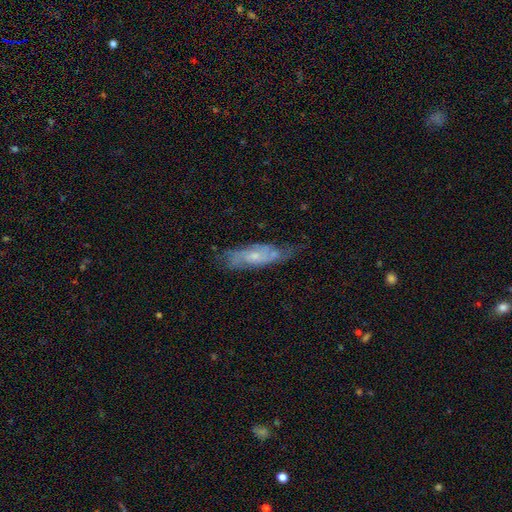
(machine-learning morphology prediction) featured or disk 66%, smooth 26%, star or artifact 8%. Down the decision tree: edge-on disk — no (73%); merging — none (65%).